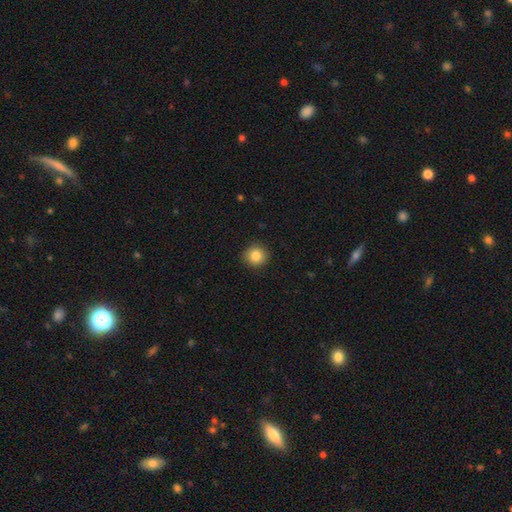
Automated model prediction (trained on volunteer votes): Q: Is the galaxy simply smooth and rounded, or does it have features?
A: smooth — 85%.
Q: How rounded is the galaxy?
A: round — 91%.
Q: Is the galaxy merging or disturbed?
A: none — 91%.